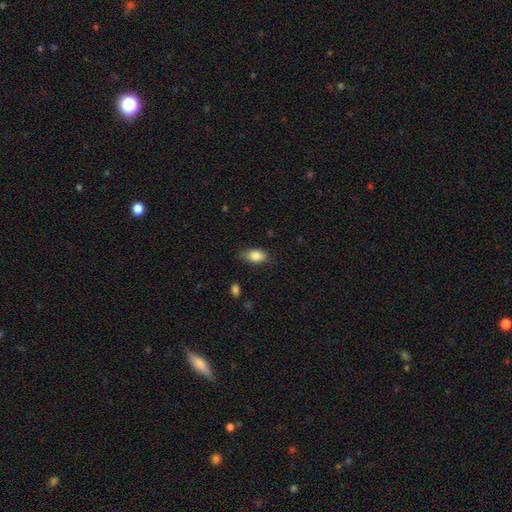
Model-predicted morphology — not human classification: A smooth galaxy with no disk features (85%) that is in between round and cigar-shaped (89%).

Vote fractions:
- Smooth or featured? smooth: 85% / star or artifact: 7% / featured or disk: 7%
- How rounded? in between: 89% / round: 7% / cigar-shaped: 4%
- Merging? none: 76% / minor disturbance: 19% / major disturbance: 4% / merger: 1%